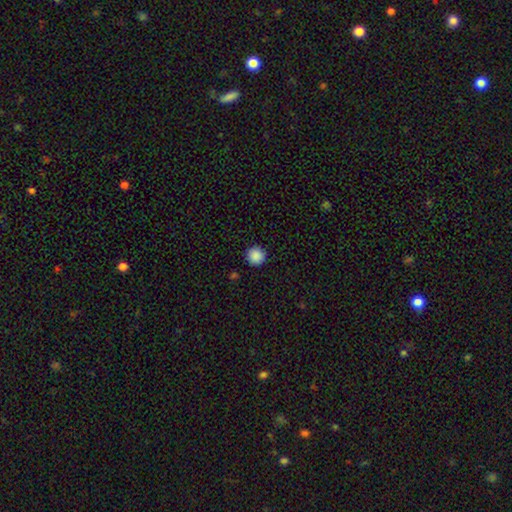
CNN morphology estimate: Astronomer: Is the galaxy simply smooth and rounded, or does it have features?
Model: smooth — 88%.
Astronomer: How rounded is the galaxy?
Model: round — 96%.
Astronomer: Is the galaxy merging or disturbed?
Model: none — 91%.